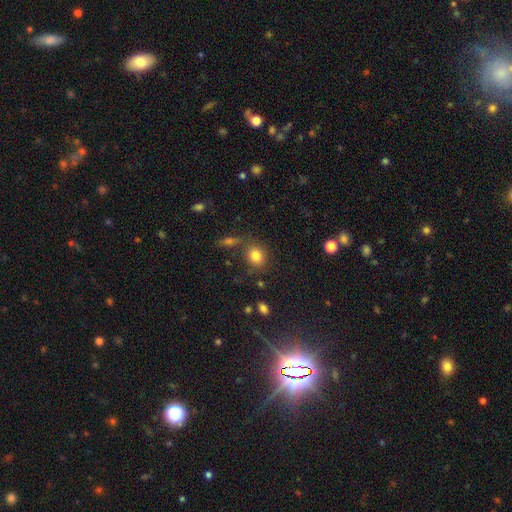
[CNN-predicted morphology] Smooth or featured?
  - smooth: 82% *
  - star or artifact: 11%
  - featured or disk: 8%
How rounded?
  - round: 67% *
  - in between: 31%
  - cigar-shaped: 1%
Merging?
  - none: 74% *
  - minor disturbance: 13%
  - merger: 9%
  - major disturbance: 5%